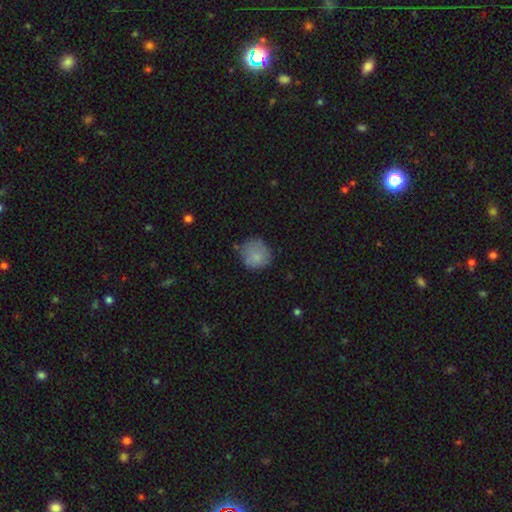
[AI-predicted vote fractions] smooth 78%, featured or disk 13%, star or artifact 9%. Down the decision tree: how rounded — round (85%); merging — none (60%).